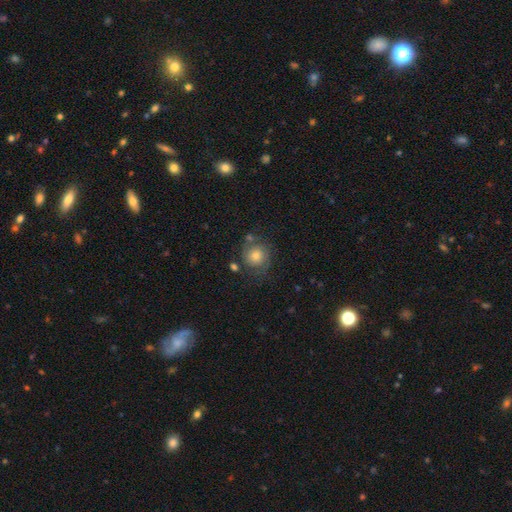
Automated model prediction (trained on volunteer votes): smooth 53%, featured or disk 35%, star or artifact 12%. Down the decision tree: how rounded — round (88%); merging — none (67%).